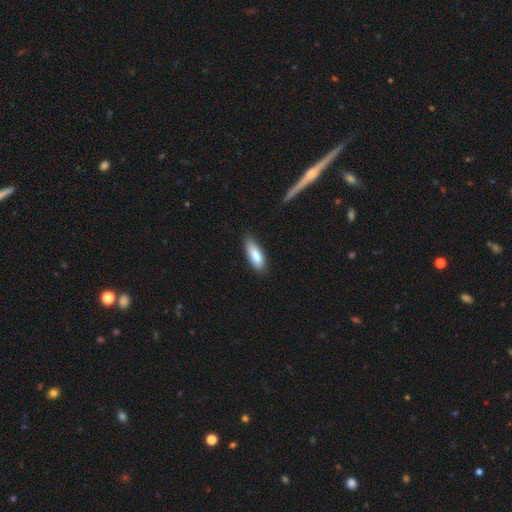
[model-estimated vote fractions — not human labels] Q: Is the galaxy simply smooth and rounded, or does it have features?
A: smooth — 84%.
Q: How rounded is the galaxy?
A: in between — 65%.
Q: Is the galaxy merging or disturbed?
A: none — 78%.